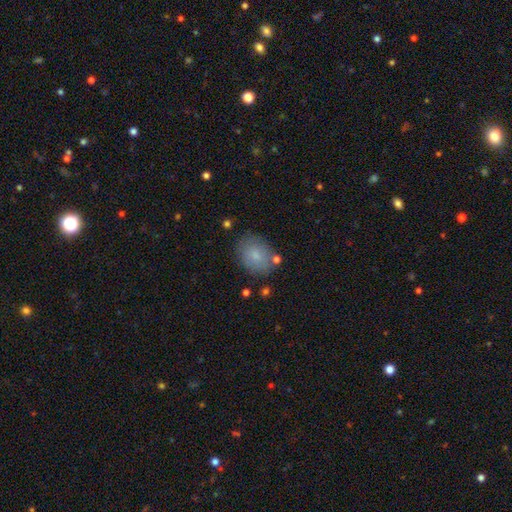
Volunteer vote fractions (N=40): Overall: smooth (78%). How rounded: in between (65%; round 35%). Merging: none (64%).